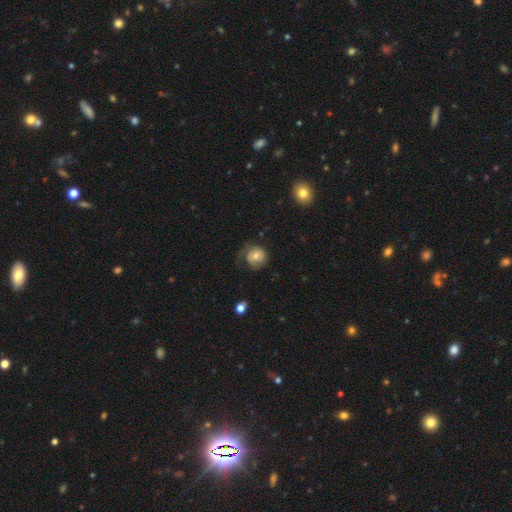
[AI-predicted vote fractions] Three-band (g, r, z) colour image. It shows a smooth galaxy with no disk features (53%) that is round (83%). Merging: none (48%).